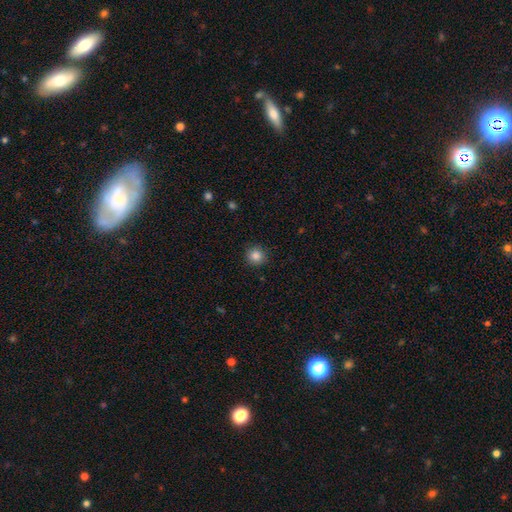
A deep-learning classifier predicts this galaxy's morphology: This is clearly a smooth galaxy (85%). How rounded: clearly round (93%). Merging: clearly none (91%).